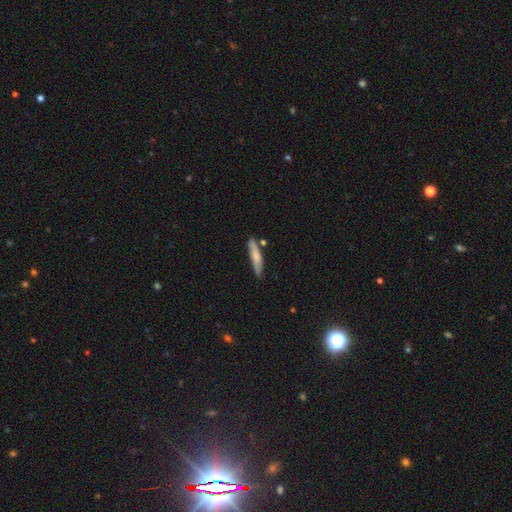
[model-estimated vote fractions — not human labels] Smooth or featured?
  - smooth: 71% *
  - featured or disk: 23%
  - star or artifact: 6%
How rounded?
  - cigar-shaped: 87% *
  - in between: 11%
  - round: 2%
Merging?
  - none: 73% *
  - minor disturbance: 17%
  - merger: 7%
  - major disturbance: 3%